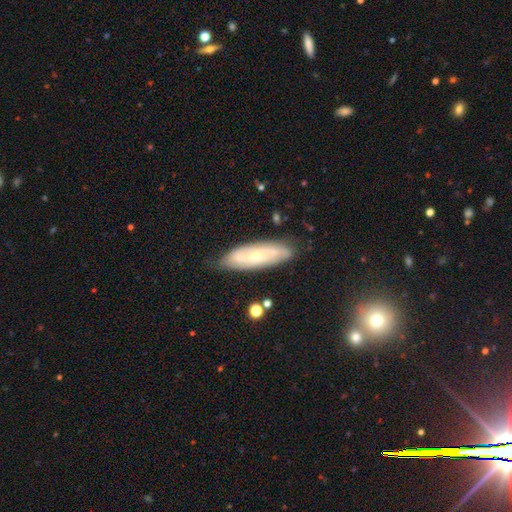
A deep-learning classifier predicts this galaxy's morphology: Smooth or featured?
  - featured or disk: 66% *
  - smooth: 27%
  - star or artifact: 7%
Edge-on disk?
  - no: 80% *
  - yes: 20%
Bar?
  - no: 70% *
  - weak: 23%
  - strong: 6%
Spiral arms?
  - yes: 82% *
  - no: 18%
Bulge size?
  - small: 70% *
  - moderate: 26%
  - none: 2%
  - large: 1%
  - dominant: 1%
Merging?
  - none: 80% *
  - minor disturbance: 16%
  - major disturbance: 3%
  - merger: 2%